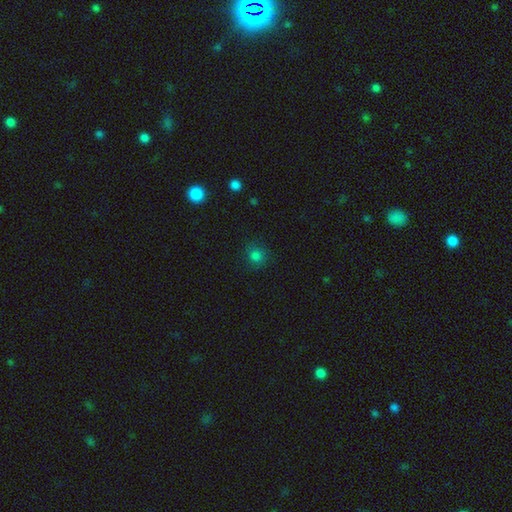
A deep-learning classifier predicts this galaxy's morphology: smooth_or_featured: smooth (p=0.79) [alt: star or artifact p=0.16]
how_rounded: round (p=0.88) [alt: in between p=0.12]
merging: none (p=0.82) [alt: minor disturbance p=0.13]